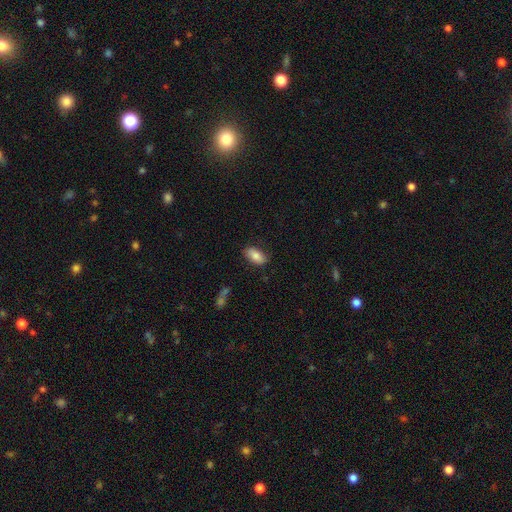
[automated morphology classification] The model was most divided on "merging": none: 80%, minor disturbance: 15%, major disturbance: 3%, merger: 2%. More confident: how rounded — in between (92%); smooth or featured — smooth (82%).